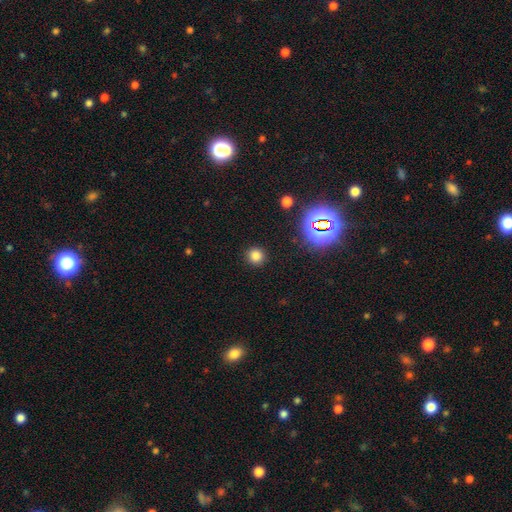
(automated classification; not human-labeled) Overall: smooth (79%). How rounded: round (93%). Merging: none (91%).